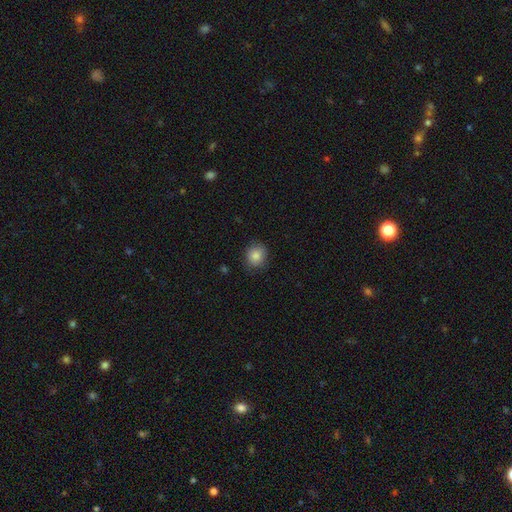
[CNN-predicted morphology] Smooth or featured? Predicted: smooth (p=0.85). How rounded? Predicted: round (p=0.77). Merging? Predicted: none (p=0.82).